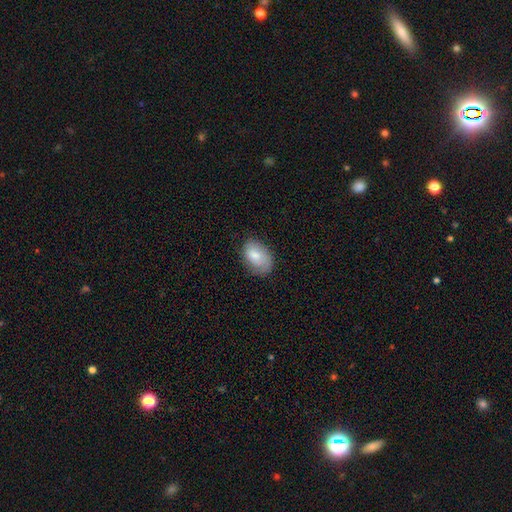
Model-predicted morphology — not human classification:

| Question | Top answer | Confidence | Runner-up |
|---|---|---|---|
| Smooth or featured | smooth | 76% | featured or disk (17%) |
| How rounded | in between | 87% | round (12%) |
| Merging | none | 73% | minor disturbance (21%) |